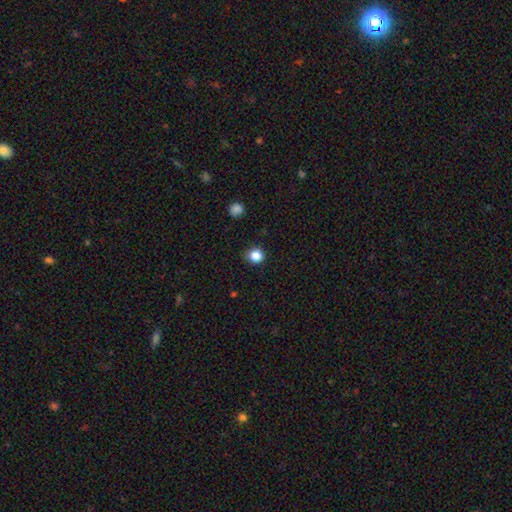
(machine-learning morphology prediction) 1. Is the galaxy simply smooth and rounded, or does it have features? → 85% smooth, 12% star or artifact, 3% featured or disk.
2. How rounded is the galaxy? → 84% round, 15% in between, 1% cigar-shaped.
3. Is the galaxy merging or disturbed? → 86% none, 10% minor disturbance, 2% major disturbance, 1% merger.